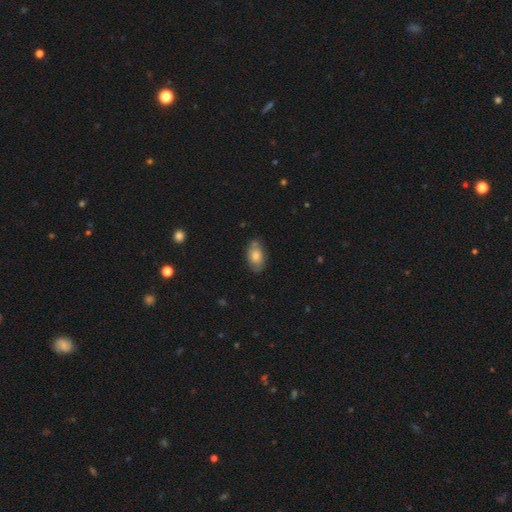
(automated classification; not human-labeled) A smooth galaxy with no disk features (69%) that is in between round and cigar-shaped (89%).

Vote fractions:
- Smooth or featured? smooth: 69% / featured or disk: 24% / star or artifact: 7%
- How rounded? in between: 89% / round: 9% / cigar-shaped: 2%
- Merging? none: 74% / minor disturbance: 20% / major disturbance: 4% / merger: 2%